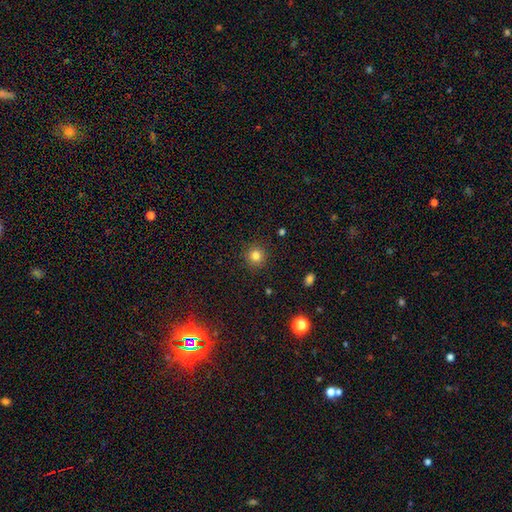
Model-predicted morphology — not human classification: This is clearly a smooth galaxy (81%). How rounded: clearly round (93%). Merging: clearly none (90%).